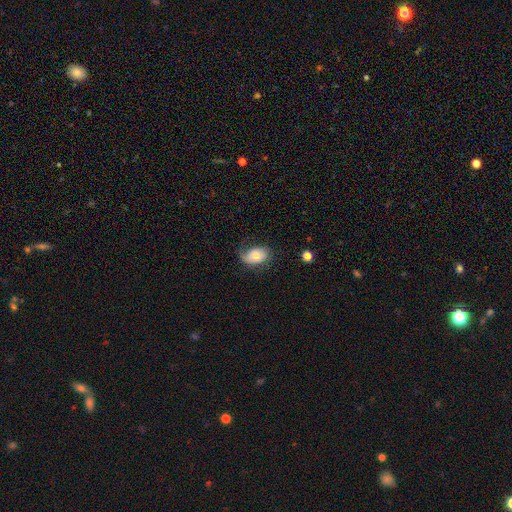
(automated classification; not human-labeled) Smooth or featured: smooth — 61% (featured or disk — 31%)
How rounded: in between — 87% (round — 11%)
Merging: none — 50% (minor disturbance — 31%)